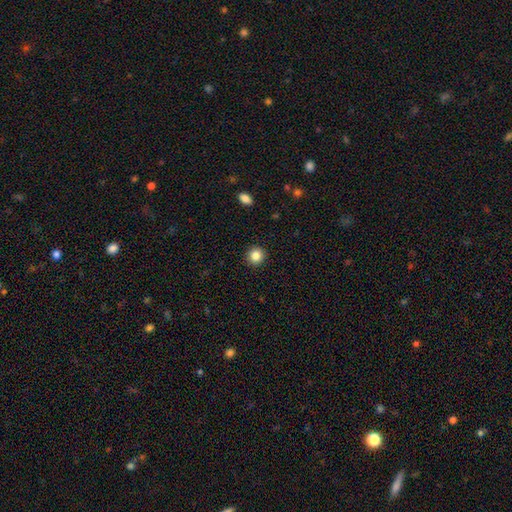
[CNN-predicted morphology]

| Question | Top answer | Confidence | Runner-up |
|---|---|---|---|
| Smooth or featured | smooth | 85% | star or artifact (11%) |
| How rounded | round | 92% | in between (7%) |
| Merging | none | 92% | minor disturbance (5%) |